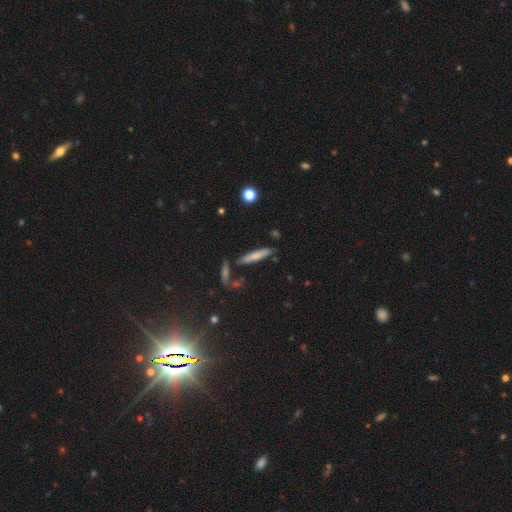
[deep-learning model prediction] This appears to be a smooth galaxy with no disk features (69%) that is cigar-shaped (89%). Merging: none (76%).